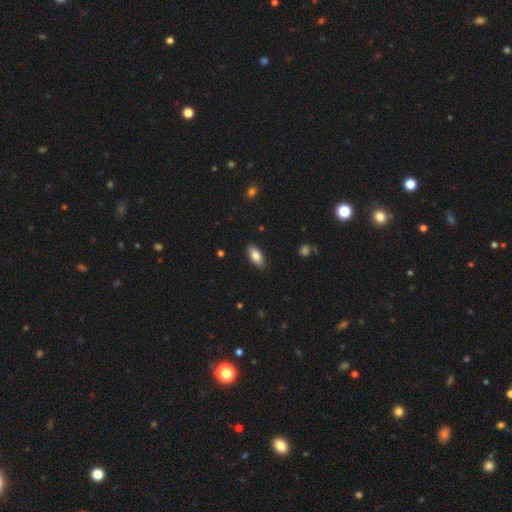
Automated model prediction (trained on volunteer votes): Morphology: type=smooth (81%); roundness=in between (84%); merging=none (84%).